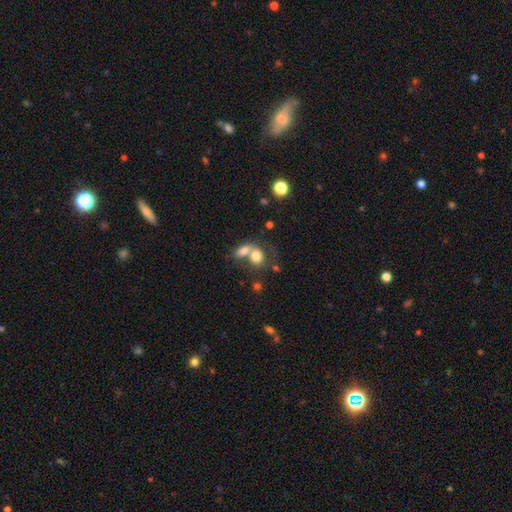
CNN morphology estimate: Smooth or featured? smooth (75%)
How rounded? in between (54%)
Merging? merger (60%)